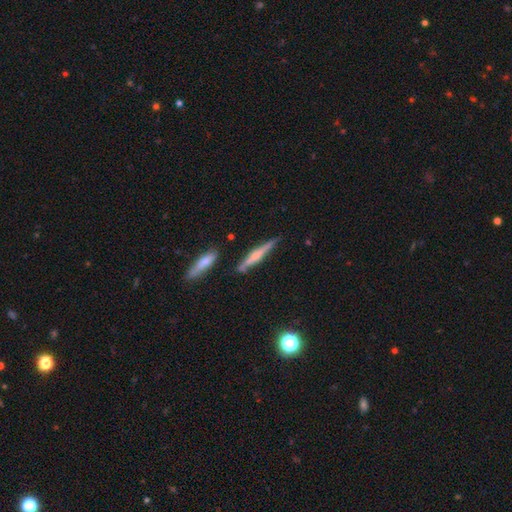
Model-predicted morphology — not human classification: A featured or disk galaxy (52%) viewed edge-on (96%). Merging: none (74%).